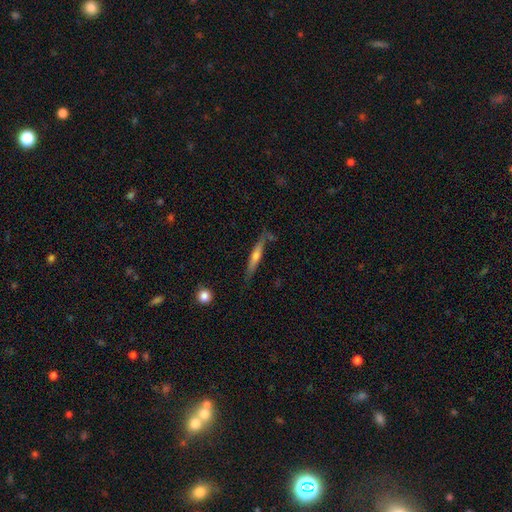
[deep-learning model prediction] This is possibly a featured or disk galaxy (54%). It is clearly viewed edge-on (93%). Edge-on bulge: likely rounded (77%). Merging: likely none (76%).